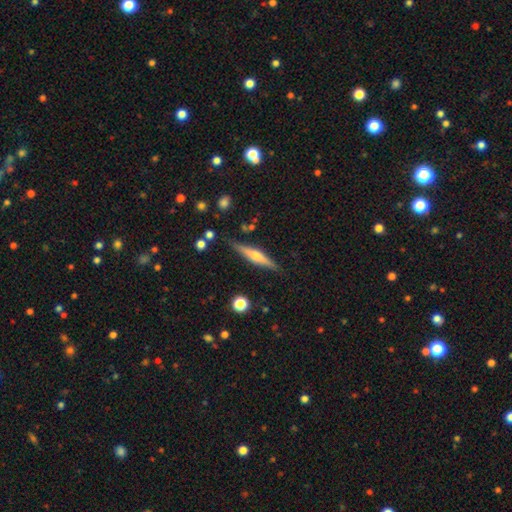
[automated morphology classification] Smooth or featured: featured or disk — 66% (smooth — 27%)
Edge-on disk: yes — 97% (no — 3%)
Edge-on bulge: rounded — 85% (boxy — 8%)
Merging: none — 86% (minor disturbance — 10%)